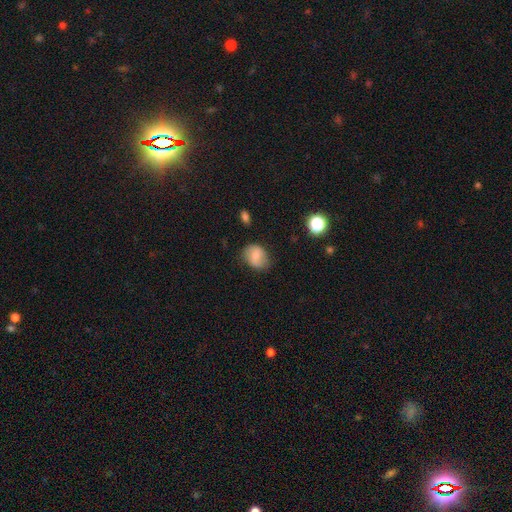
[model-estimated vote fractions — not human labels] A smooth galaxy with no disk features (61%) that is in between round and cigar-shaped (58%). Merging: none (69%).